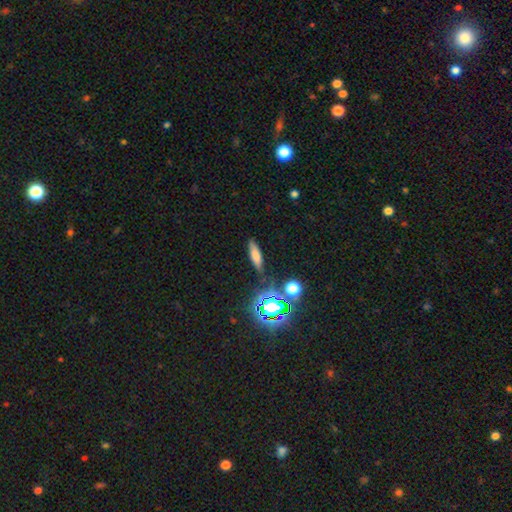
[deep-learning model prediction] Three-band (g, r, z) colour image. It shows a smooth galaxy with no disk features (66%) that is cigar-shaped (61%). Merging: none (81%).